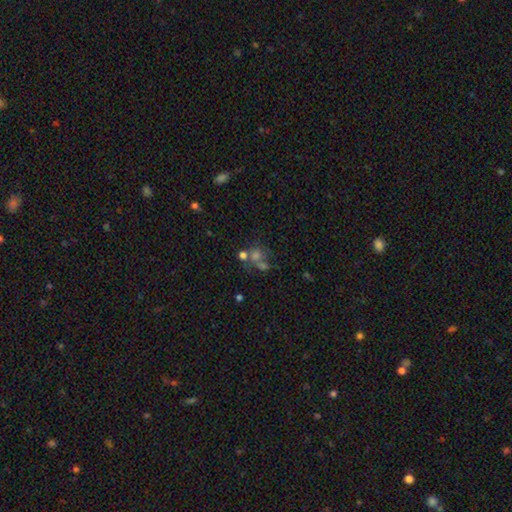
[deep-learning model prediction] The model was most divided on "merging": none: 40%, merger: 39%, major disturbance: 11%, minor disturbance: 10%. Remaining: smooth or featured — smooth (43%).